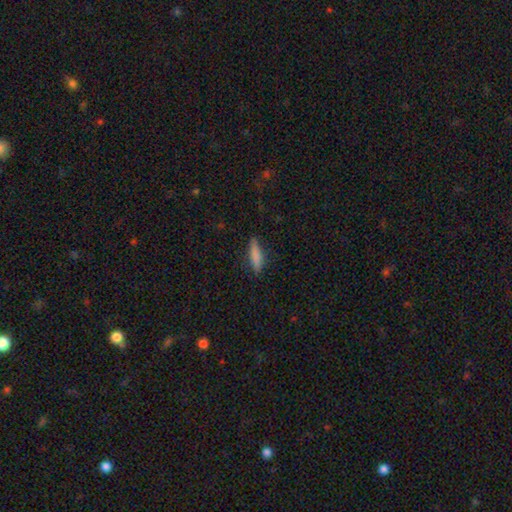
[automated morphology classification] type=smooth (79%); roundness=cigar-shaped (67%); merging=none (82%).